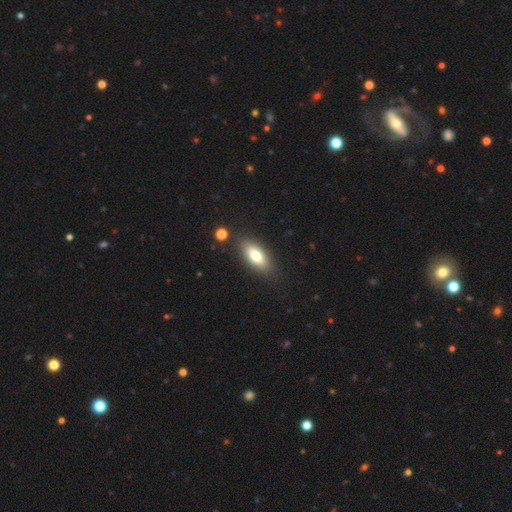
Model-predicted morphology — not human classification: Smooth or featured? smooth (73%)
How rounded? in between (80%)
Merging? none (84%)